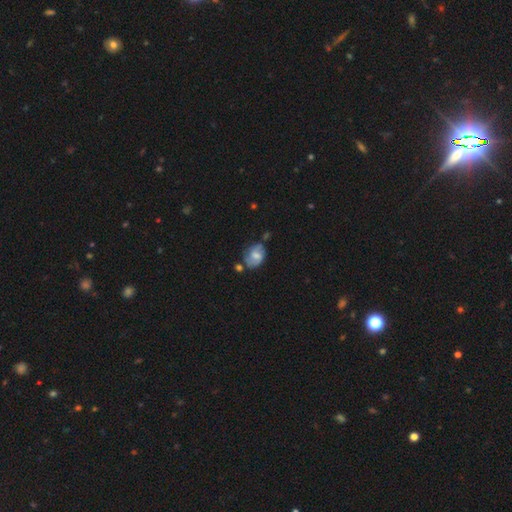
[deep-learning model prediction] Smooth or featured: featured or disk — 56% (smooth — 36%)
Edge-on disk: no — 97% (yes — 3%)
Bar: no — 46% (tied with weak — 46%)
Spiral arms: yes — 84% (no — 16%)
Bulge size: moderate — 52% (small — 30%)
Merging: none — 53% (minor disturbance — 27%)